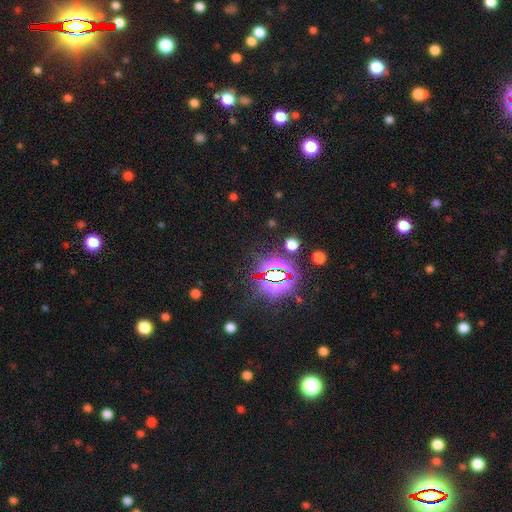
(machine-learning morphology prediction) This appears to be a star or artifact, not a galaxy (79%).